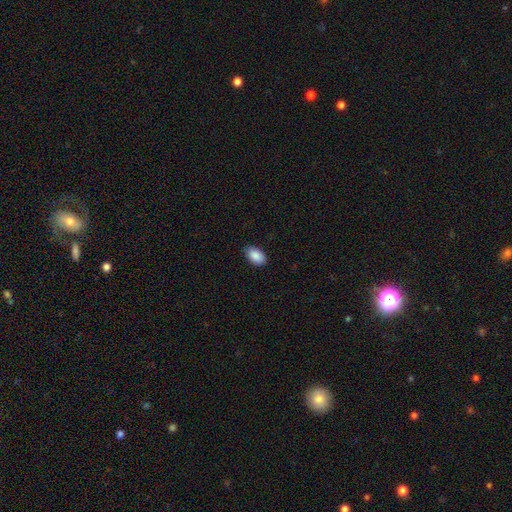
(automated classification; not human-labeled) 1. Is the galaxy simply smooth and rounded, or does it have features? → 89% smooth, 7% star or artifact, 4% featured or disk.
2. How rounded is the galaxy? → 93% in between, 6% round, 1% cigar-shaped.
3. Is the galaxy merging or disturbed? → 86% none, 11% minor disturbance, 2% major disturbance, 1% merger.